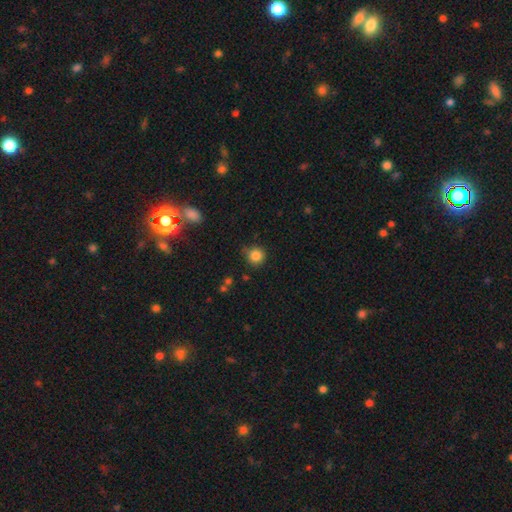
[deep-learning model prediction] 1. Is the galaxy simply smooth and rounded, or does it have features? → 84% smooth, 11% star or artifact, 5% featured or disk.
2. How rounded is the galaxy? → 91% round, 8% in between, 1% cigar-shaped.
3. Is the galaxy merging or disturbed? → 76% none, 18% minor disturbance, 4% major disturbance, 2% merger.